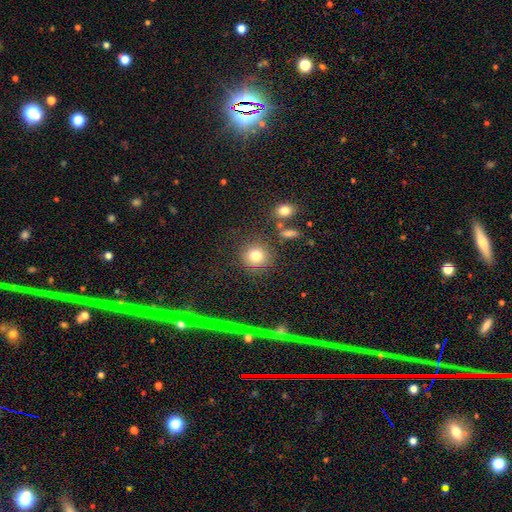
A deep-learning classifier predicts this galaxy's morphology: Q: Smooth or featured?
A: smooth (79%); runner-up: star or artifact (13%)
Q: How rounded?
A: round (90%); runner-up: in between (8%)
Q: Merging?
A: none (82%); runner-up: minor disturbance (9%)